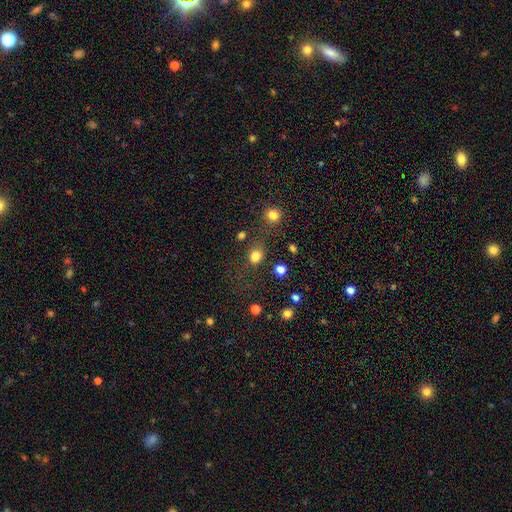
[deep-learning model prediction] Smooth or featured: smooth — 81% (star or artifact — 14%)
How rounded: round — 53% (in between — 45%)
Merging: none — 66% (minor disturbance — 16%)